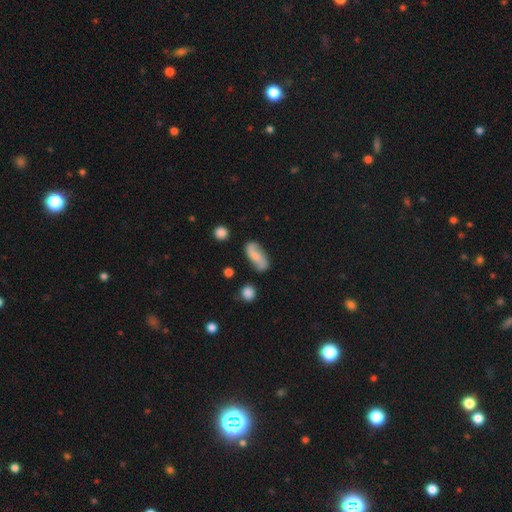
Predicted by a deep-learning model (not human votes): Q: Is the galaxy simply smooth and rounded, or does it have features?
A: smooth — 50%.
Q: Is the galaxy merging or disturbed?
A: none — 70%.